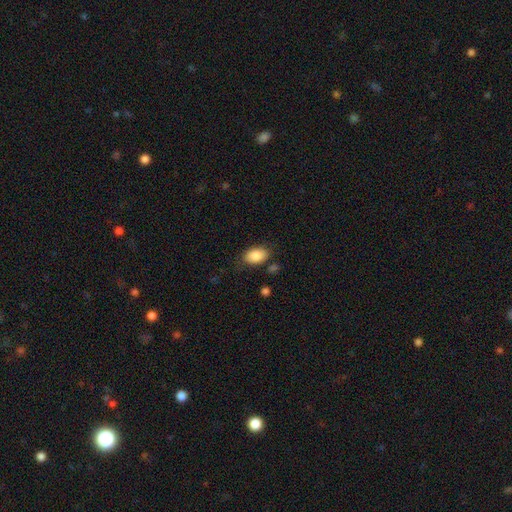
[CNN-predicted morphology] smooth-or-featured: smooth: 88% | star or artifact: 7% | featured or disk: 5%
  how-rounded: in between: 89% | round: 9% | cigar-shaped: 1%
  merging: none: 77% | minor disturbance: 15% | major disturbance: 4% | merger: 3%